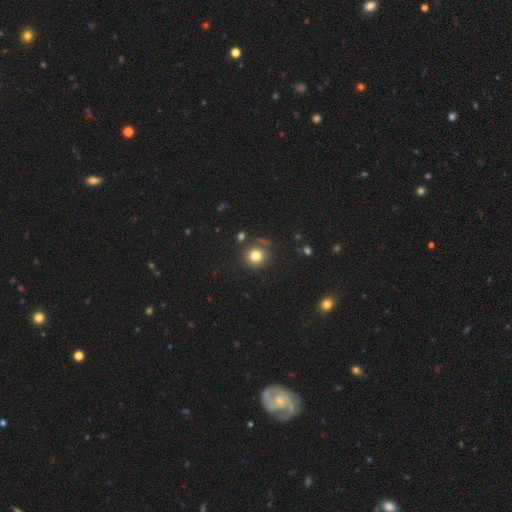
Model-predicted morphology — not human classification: The model was most divided on "smooth or featured": smooth: 80%, star or artifact: 13%, featured or disk: 7%. More confident: how rounded — round (91%); merging — none (80%).